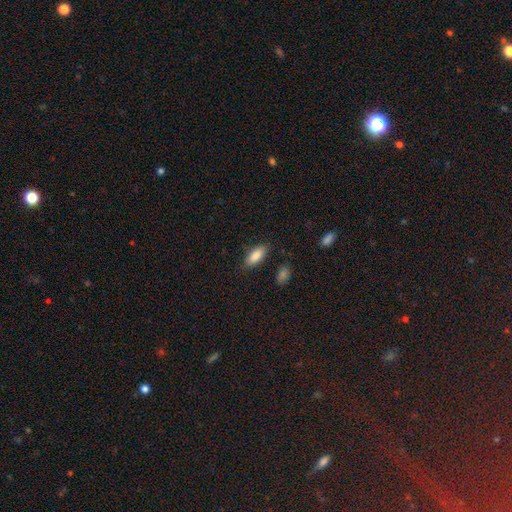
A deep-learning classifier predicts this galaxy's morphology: smooth_or_featured: smooth (p=0.85) [alt: featured or disk p=0.08]
how_rounded: in between (p=0.83) [alt: cigar-shaped p=0.15]
merging: none (p=0.82) [alt: minor disturbance p=0.13]